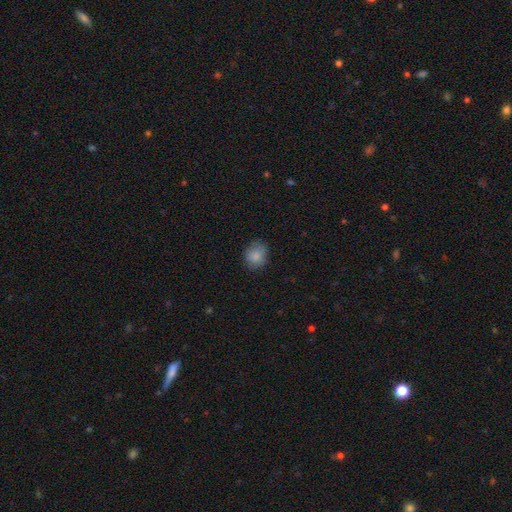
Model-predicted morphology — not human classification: This is clearly a smooth galaxy (85%). How rounded: likely round (68%). Merging: likely none (75%).